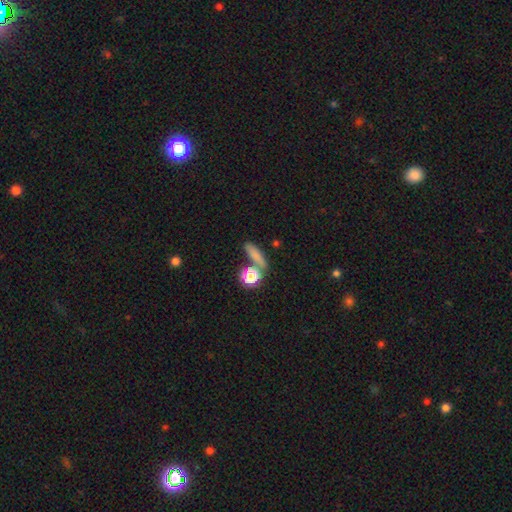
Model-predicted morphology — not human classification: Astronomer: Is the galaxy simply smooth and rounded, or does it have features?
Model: smooth — 72%.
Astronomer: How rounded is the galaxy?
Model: cigar-shaped — 48% (runner-up: in between, 27%).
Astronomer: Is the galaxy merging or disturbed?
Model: none — 65%.